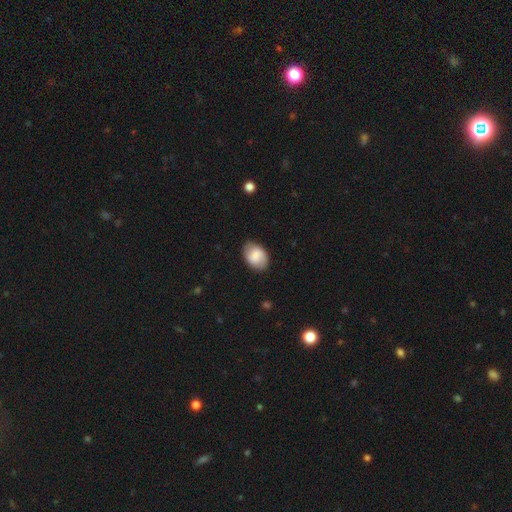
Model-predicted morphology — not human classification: smooth_or_featured: smooth (p=0.70) [alt: featured or disk p=0.23]
how_rounded: in between (p=0.80) [alt: round p=0.19]
merging: none (p=0.80) [alt: minor disturbance p=0.16]